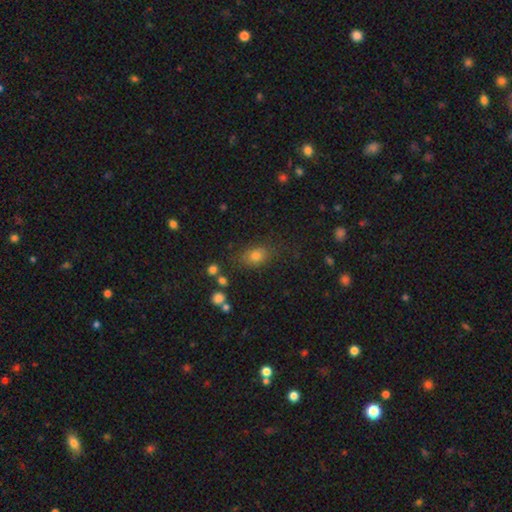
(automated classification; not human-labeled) Smooth or featured? Predicted: smooth (p=0.76). How rounded? Predicted: in between (p=0.68). Merging? Predicted: none (p=0.76).